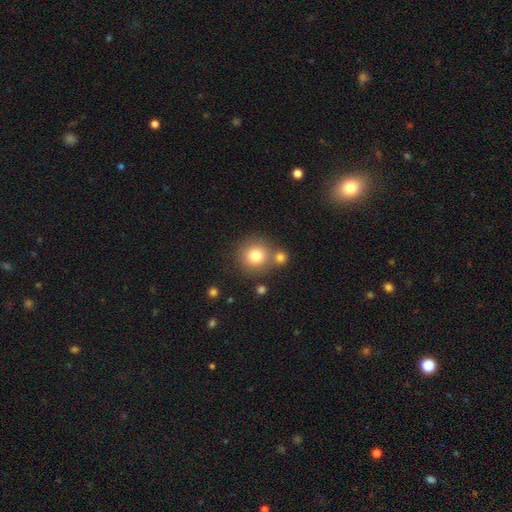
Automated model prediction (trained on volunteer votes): This appears to be a smooth galaxy with no disk features (78%) that is round (92%). Merging: none (68%).